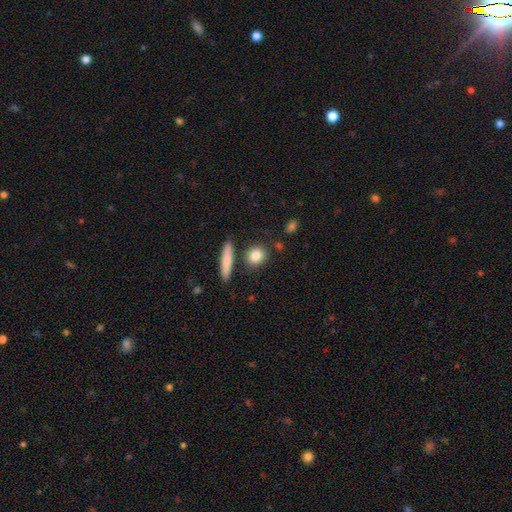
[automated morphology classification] type=smooth (84%); roundness=round (66%); merging=none (80%).